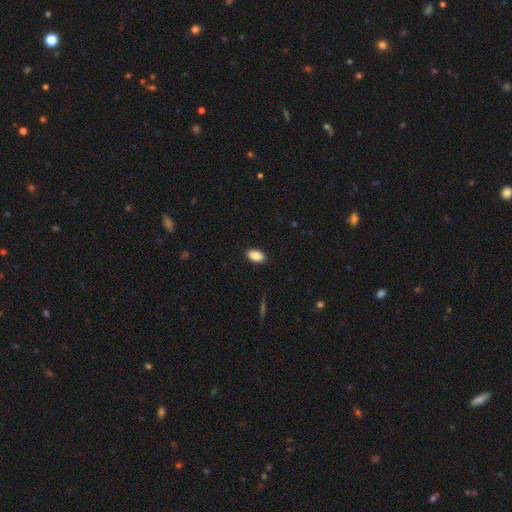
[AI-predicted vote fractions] Smooth or featured?
  - smooth: 90% *
  - star or artifact: 7%
  - featured or disk: 3%
How rounded?
  - in between: 93% *
  - round: 4%
  - cigar-shaped: 2%
Merging?
  - none: 89% *
  - minor disturbance: 8%
  - major disturbance: 2%
  - merger: 1%